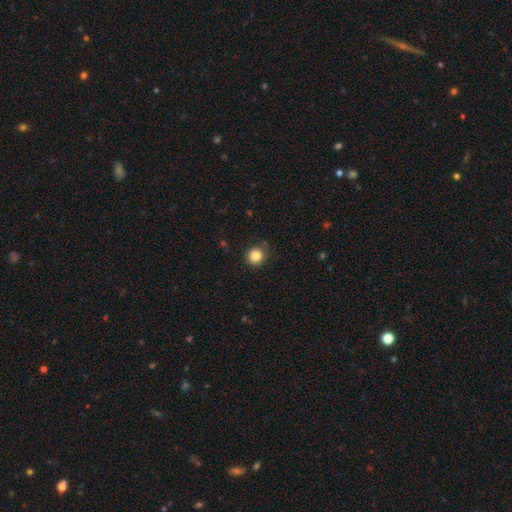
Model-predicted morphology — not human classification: Smooth or featured?
  - smooth: 85% *
  - star or artifact: 11%
  - featured or disk: 4%
How rounded?
  - round: 89% *
  - in between: 10%
  - cigar-shaped: 1%
Merging?
  - none: 85% *
  - minor disturbance: 11%
  - major disturbance: 3%
  - merger: 2%